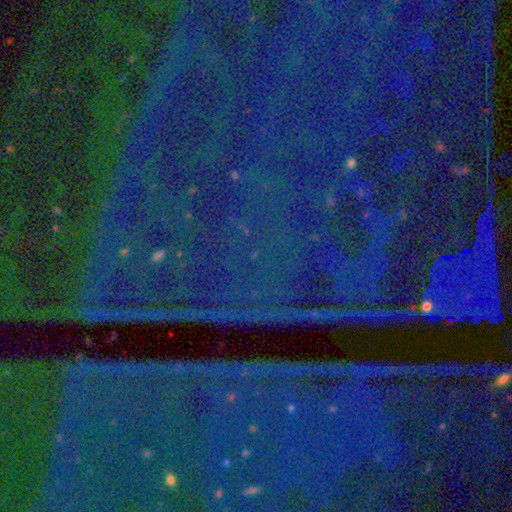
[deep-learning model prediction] Morphology: type=star or artifact (87%).